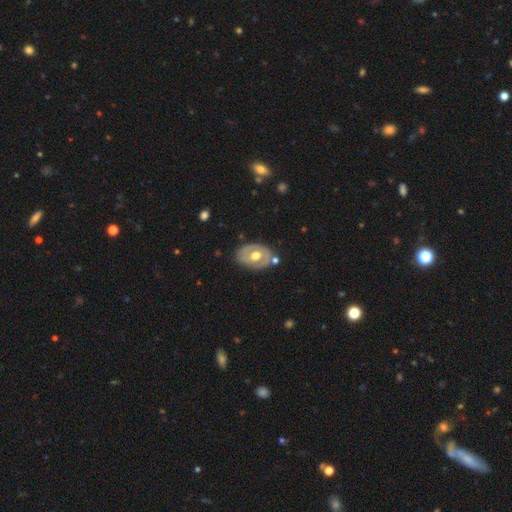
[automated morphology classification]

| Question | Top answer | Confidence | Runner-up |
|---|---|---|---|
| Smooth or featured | featured or disk | 56% | smooth (39%) |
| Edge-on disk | no | 92% | yes (8%) |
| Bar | no | 77% | weak (18%) |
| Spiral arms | no | 77% | yes (23%) |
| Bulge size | moderate | 69% | large (24%) |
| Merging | none | 71% | minor disturbance (18%) |